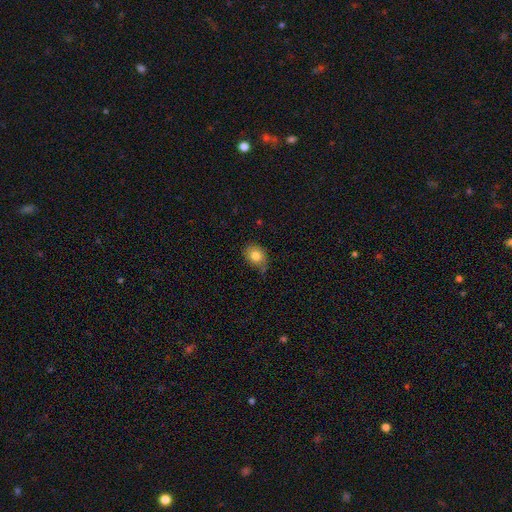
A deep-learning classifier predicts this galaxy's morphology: A smooth galaxy with no disk features (80%) that is round (53%).

Vote fractions:
- Smooth or featured? smooth: 80% / featured or disk: 11% / star or artifact: 10%
- How rounded? round: 53% / in between: 46% / cigar-shaped: 1%
- Merging? none: 58% / minor disturbance: 32% / major disturbance: 7% / merger: 3%